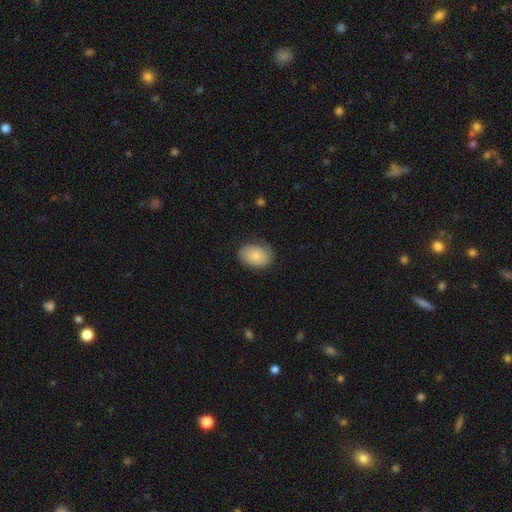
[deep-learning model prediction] Smooth or featured? Predicted: smooth (p=0.67). How rounded? Predicted: in between (p=0.71). Merging? Predicted: none (p=0.68).